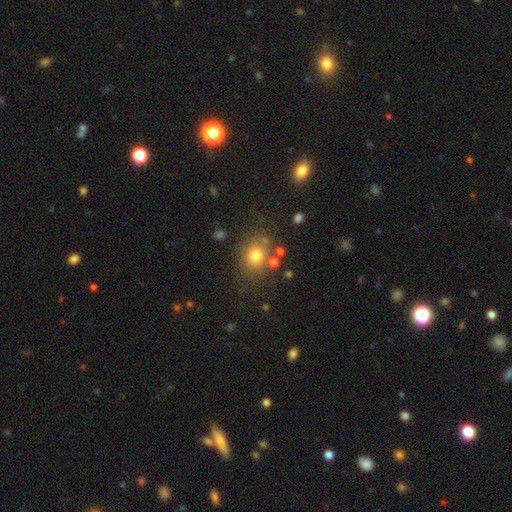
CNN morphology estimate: The model was most divided on "how rounded": round: 65%, in between: 34%, cigar-shaped: 1%. More confident: smooth or featured — smooth (76%); merging — none (74%).